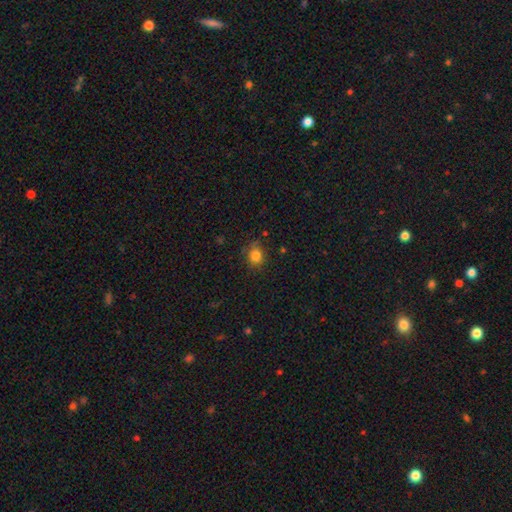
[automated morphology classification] smooth-or-featured: smooth: 83% | star or artifact: 12% | featured or disk: 6%
  how-rounded: round: 70% | in between: 29% | cigar-shaped: 1%
  merging: none: 78% | minor disturbance: 16% | major disturbance: 4% | merger: 2%